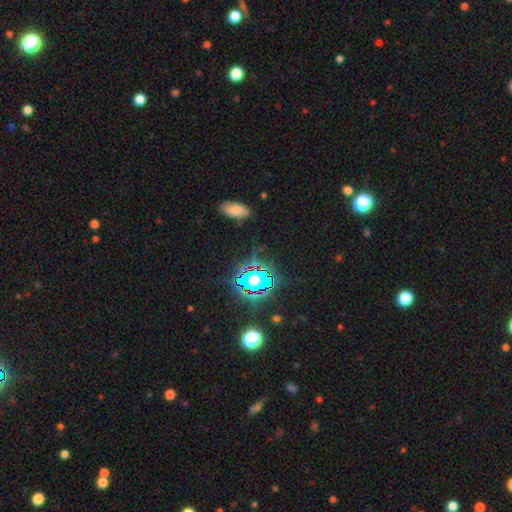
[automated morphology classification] Smooth or featured: star or artifact — 68% (smooth — 21%)